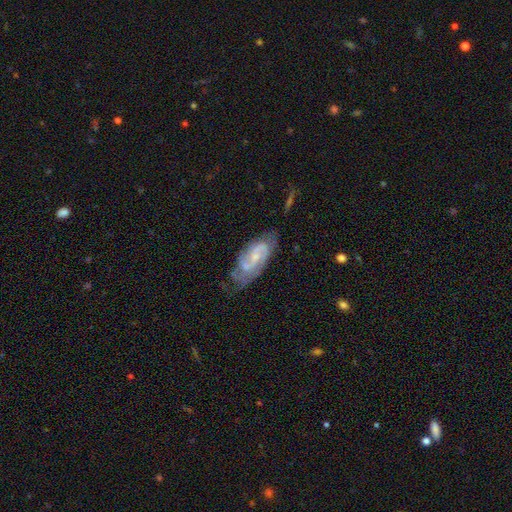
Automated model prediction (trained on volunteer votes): Q: Smooth or featured?
A: featured or disk (80%); runner-up: smooth (13%)
Q: Edge-on disk?
A: no (95%); runner-up: yes (5%)
Q: Bar?
A: weak (49%); runner-up: no (37%)
Q: Spiral arms?
A: yes (94%); runner-up: no (6%)
Q: Spiral winding?
A: medium (49%); runner-up: tight (29%)
Q: Spiral arm count?
A: 2 (77%); runner-up: can't tell (12%)
Q: Bulge size?
A: small (60%); runner-up: moderate (26%)
Q: Merging?
A: none (61%); runner-up: minor disturbance (26%)